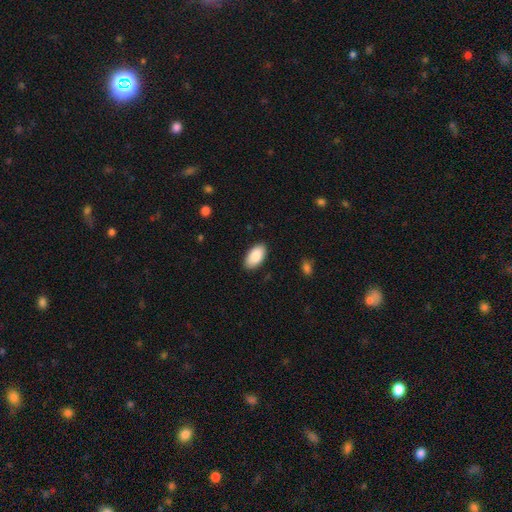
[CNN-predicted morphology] A smooth galaxy with no disk features (89%) that is in between round and cigar-shaped (96%). Merging: none (88%).